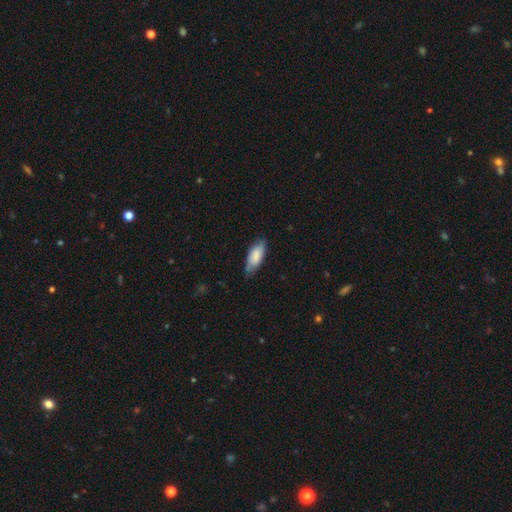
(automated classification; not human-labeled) Smooth or featured?
  - smooth: 81% *
  - featured or disk: 14%
  - star or artifact: 6%
How rounded?
  - in between: 78% *
  - cigar-shaped: 21%
  - round: 2%
Merging?
  - none: 68% *
  - minor disturbance: 27%
  - major disturbance: 4%
  - merger: 1%